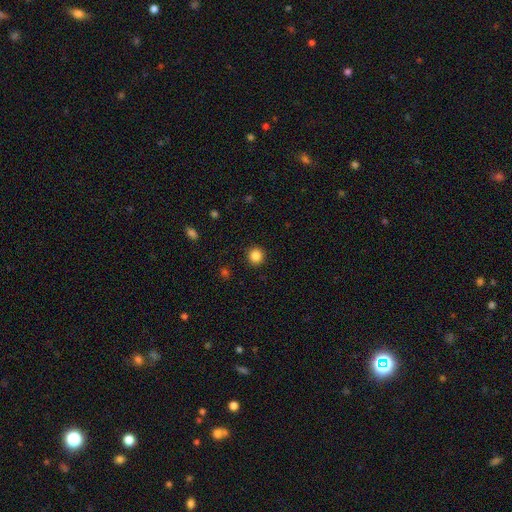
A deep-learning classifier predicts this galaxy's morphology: Smooth or featured? Predicted: smooth (p=0.86). How rounded? Predicted: round (p=0.92). Merging? Predicted: none (p=0.91).